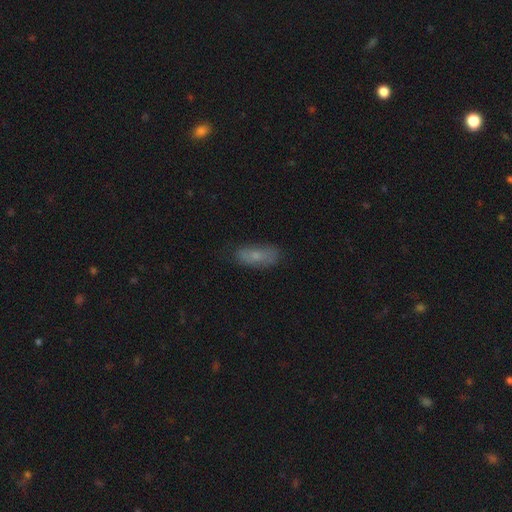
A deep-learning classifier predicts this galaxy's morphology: Smooth or featured?
  - smooth: 69% *
  - featured or disk: 21%
  - star or artifact: 10%
How rounded?
  - in between: 67% *
  - cigar-shaped: 30%
  - round: 3%
Merging?
  - none: 72% *
  - minor disturbance: 20%
  - major disturbance: 5%
  - merger: 2%